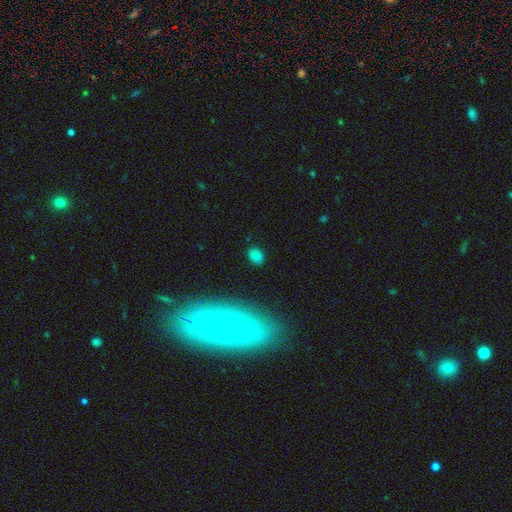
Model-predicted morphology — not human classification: type=smooth (78%); roundness=in between (58%); merging=none (84%).